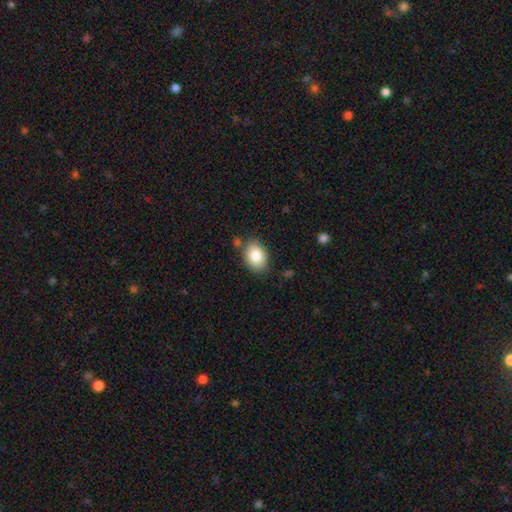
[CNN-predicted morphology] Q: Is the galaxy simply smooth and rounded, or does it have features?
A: smooth — 83%.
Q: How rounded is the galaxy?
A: in between — 75%.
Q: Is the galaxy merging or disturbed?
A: none — 79%.